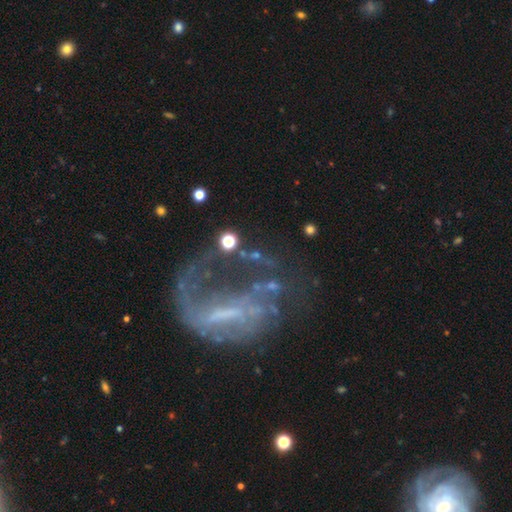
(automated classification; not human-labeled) Smooth or featured?
  - featured or disk: 67% *
  - smooth: 16%
  - star or artifact: 16%
Edge-on disk?
  - no: 95% *
  - yes: 5%
Bar?
  - weak: 35% *
  - strong: 33%
  - no: 32%
Spiral arms?
  - yes: 61% *
  - no: 39%
Bulge size?
  - none: 46% *
  - small: 25%
  - moderate: 22%
  - large: 5%
  - dominant: 2%
Merging?
  - none: 42% *
  - major disturbance: 35%
  - minor disturbance: 16%
  - merger: 7%